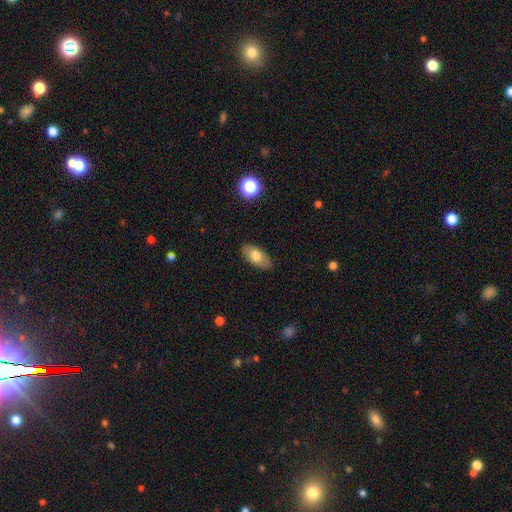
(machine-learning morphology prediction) Smooth or featured?
  - smooth: 75% *
  - featured or disk: 17%
  - star or artifact: 8%
How rounded?
  - in between: 91% *
  - cigar-shaped: 4%
  - round: 4%
Merging?
  - none: 86% *
  - minor disturbance: 11%
  - major disturbance: 2%
  - merger: 1%